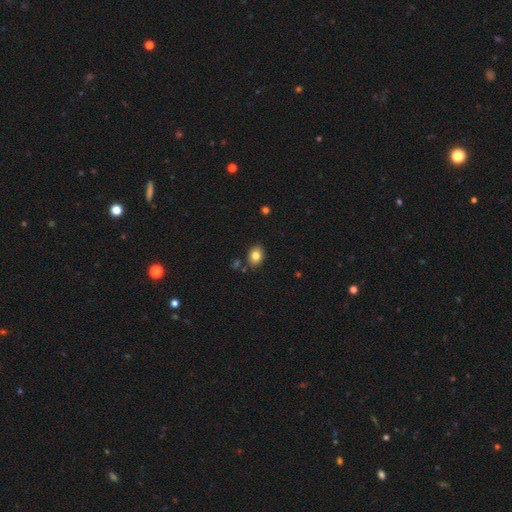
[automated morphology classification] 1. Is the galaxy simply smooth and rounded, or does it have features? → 82% smooth, 10% star or artifact, 8% featured or disk.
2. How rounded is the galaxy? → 64% in between, 35% round, 1% cigar-shaped.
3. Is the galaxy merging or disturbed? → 83% none, 10% minor disturbance, 4% merger, 2% major disturbance.